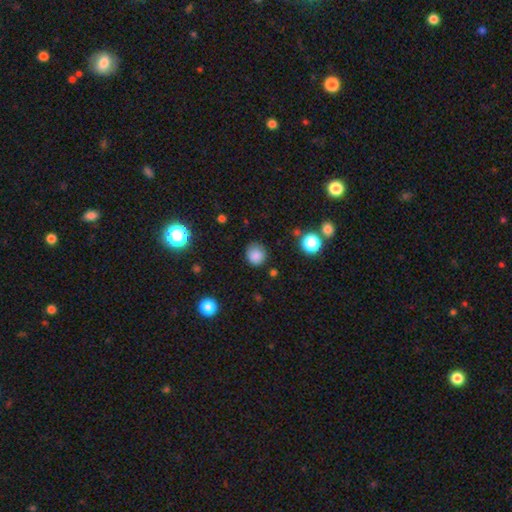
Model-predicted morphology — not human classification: Smooth or featured? Predicted: smooth (p=0.84). How rounded? Predicted: round (p=0.87). Merging? Predicted: none (p=0.80).